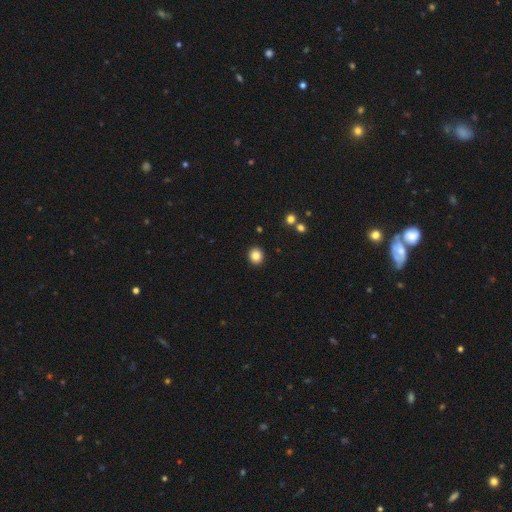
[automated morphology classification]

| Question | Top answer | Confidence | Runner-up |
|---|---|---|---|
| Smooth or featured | smooth | 85% | star or artifact (10%) |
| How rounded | round | 84% | in between (15%) |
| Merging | none | 92% | minor disturbance (5%) |